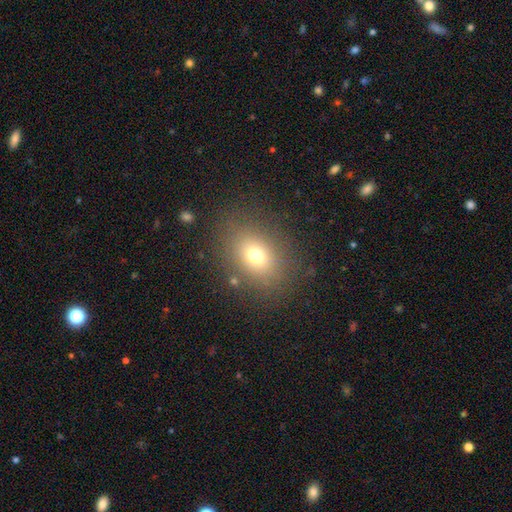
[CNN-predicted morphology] A smooth galaxy with no disk features (70%) that is in between round and cigar-shaped (54%).

Vote fractions:
- Smooth or featured? smooth: 70% / star or artifact: 17% / featured or disk: 13%
- How rounded? in between: 54% / round: 45% / cigar-shaped: 1%
- Merging? none: 82% / minor disturbance: 10% / major disturbance: 6% / merger: 2%